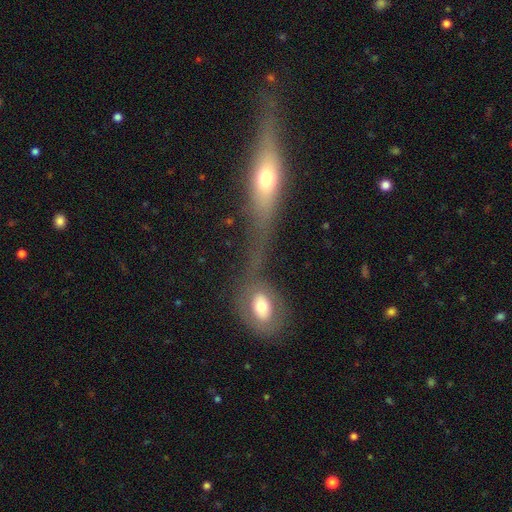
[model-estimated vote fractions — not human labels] Overall: featured or disk (49%; smooth 37%). Merging: none (49%; merger 33%).